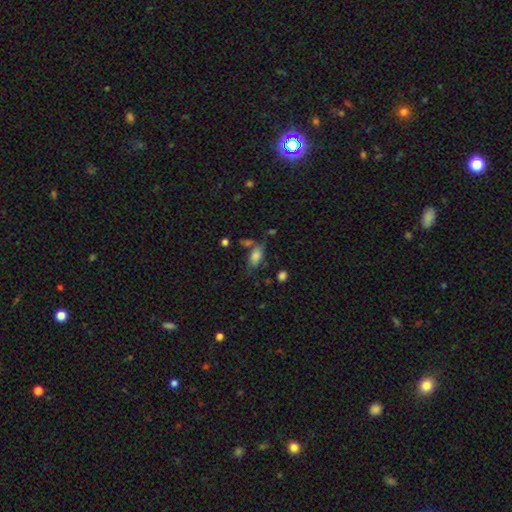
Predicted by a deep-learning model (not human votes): Smooth or featured? Predicted: smooth (p=0.80). How rounded? Predicted: in between (p=0.88). Merging? Predicted: none (p=0.54).